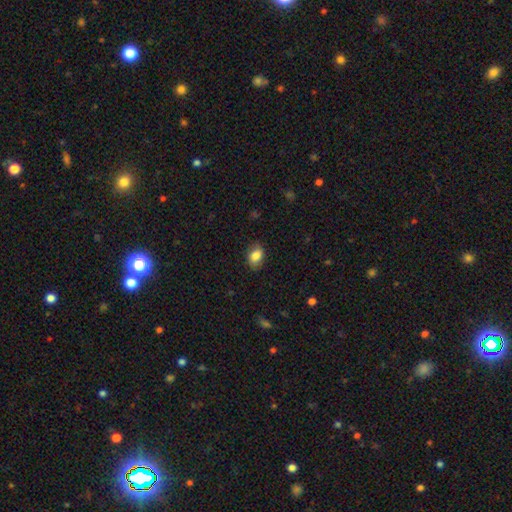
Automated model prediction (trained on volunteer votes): Smooth or featured? Predicted: smooth (p=0.84). How rounded? Predicted: in between (p=0.80). Merging? Predicted: none (p=0.81).